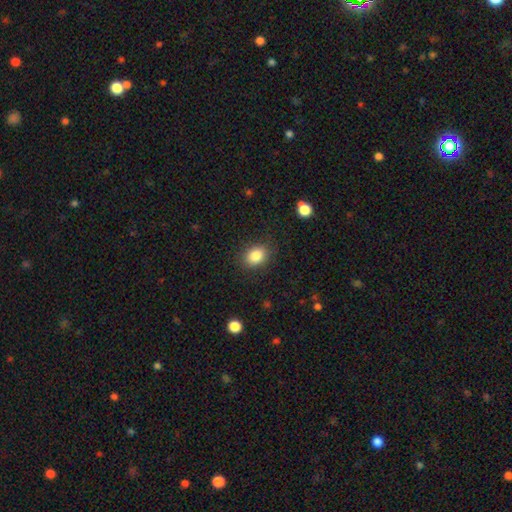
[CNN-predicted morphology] Smooth or featured: smooth — 85% (star or artifact — 9%)
How rounded: in between — 55% (round — 44%)
Merging: none — 85% (minor disturbance — 10%)